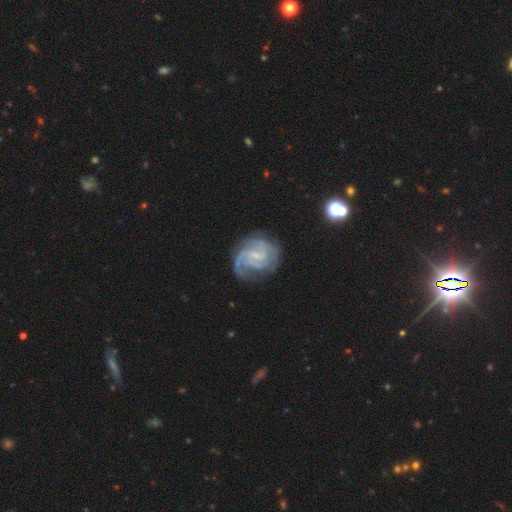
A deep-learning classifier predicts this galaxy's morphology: Smooth or featured: featured or disk — 87% (smooth — 7%)
Edge-on disk: no — 98% (yes — 2%)
Bar: weak — 56% (no — 29%)
Spiral arms: yes — 96% (no — 4%)
Spiral winding: tight — 48% (medium — 42%)
Spiral arm count: 2 — 34% (3 — 25%)
Bulge size: small — 59% (none — 25%)
Merging: none — 68% (minor disturbance — 19%)